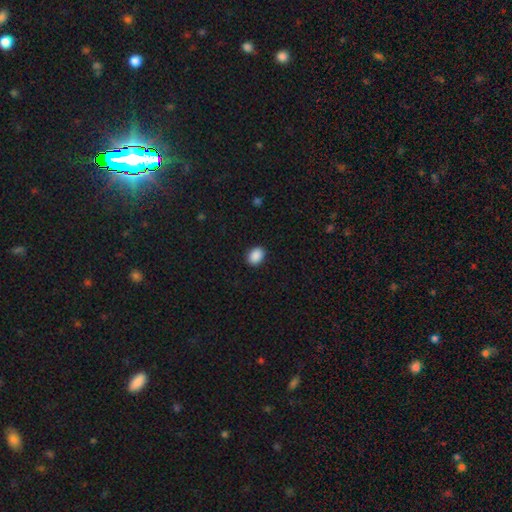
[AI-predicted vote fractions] Smooth or featured? smooth (90%)
How rounded? in between (71%)
Merging? none (90%)